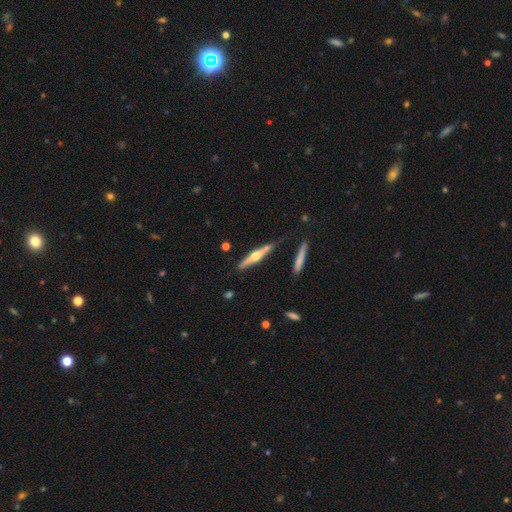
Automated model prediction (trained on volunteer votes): A featured or disk galaxy (66%) viewed edge-on (97%) with a rounded central bulge (91%). Merging: none (74%).